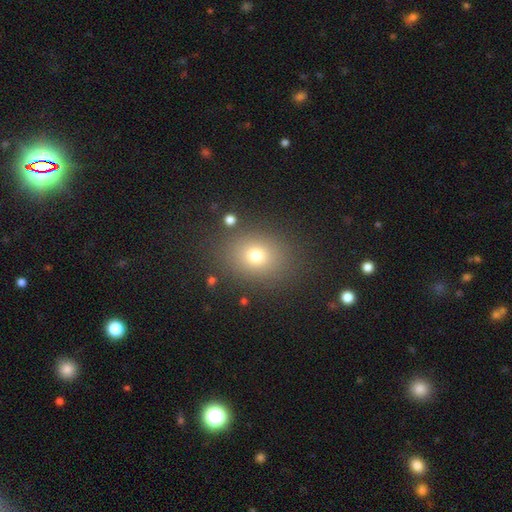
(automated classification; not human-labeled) The model was most divided on "how rounded": round: 52%, in between: 47%, cigar-shaped: 1%. More confident: merging — none (84%); smooth or featured — smooth (73%).